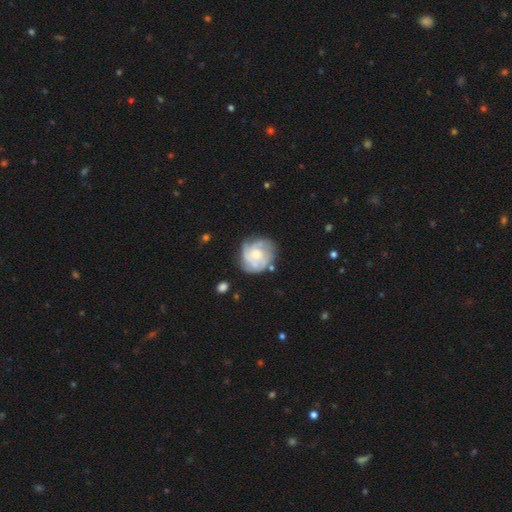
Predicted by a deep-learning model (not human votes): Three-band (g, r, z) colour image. It shows a featured or disk galaxy (67%) with no bar (78%), tight (56%) spiral arms (82%) and a moderate central bulge (45%). Merging: none (65%).